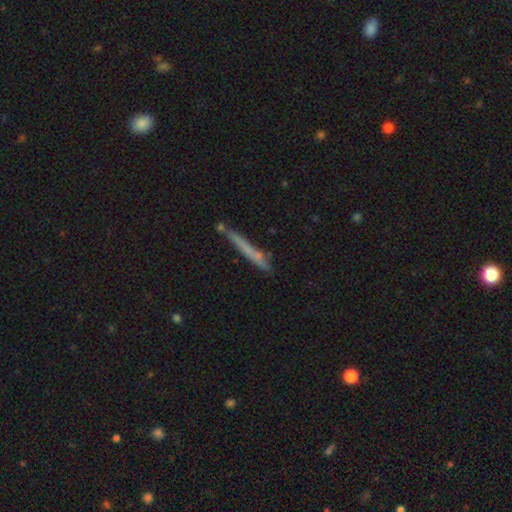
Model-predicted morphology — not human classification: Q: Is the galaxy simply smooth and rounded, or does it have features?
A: smooth — 57%.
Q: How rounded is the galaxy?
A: cigar-shaped — 96%.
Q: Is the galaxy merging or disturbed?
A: none — 73%.